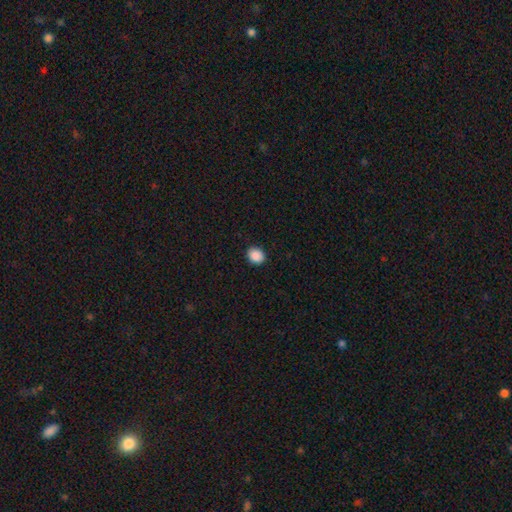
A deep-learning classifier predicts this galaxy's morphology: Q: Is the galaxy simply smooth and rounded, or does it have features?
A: smooth — 89%.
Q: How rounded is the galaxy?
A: round — 68%.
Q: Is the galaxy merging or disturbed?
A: none — 91%.